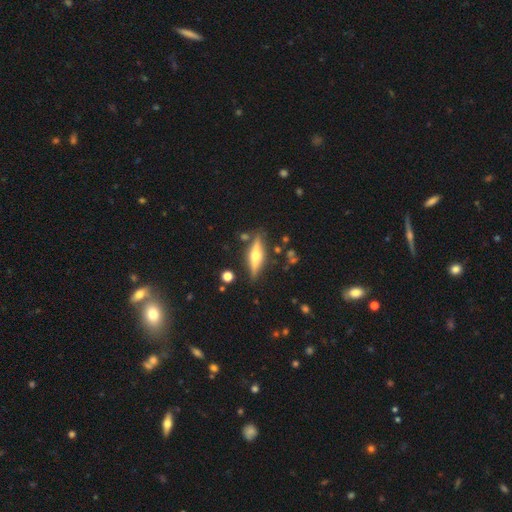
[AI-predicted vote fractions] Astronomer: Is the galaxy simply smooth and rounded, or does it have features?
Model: featured or disk — 65%.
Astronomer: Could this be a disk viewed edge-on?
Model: yes — 95%.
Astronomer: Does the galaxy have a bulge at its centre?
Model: rounded — 92%.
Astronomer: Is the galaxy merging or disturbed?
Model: none — 84%.